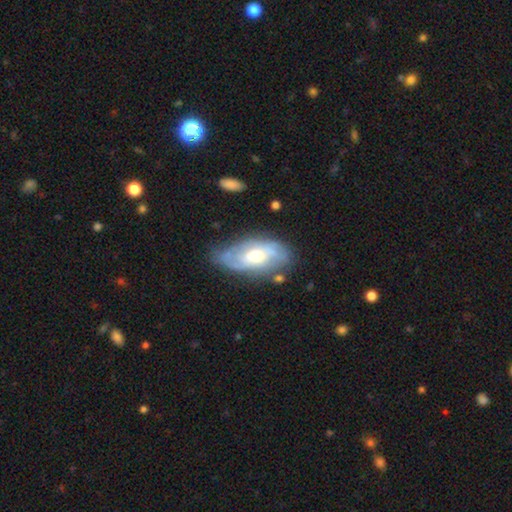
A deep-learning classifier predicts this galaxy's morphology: Smooth or featured? featured or disk (73%)
Edge-on disk? no (92%)
Bar? no (50%)
Spiral arms? yes (86%)
Spiral winding? tight (43%)
Spiral arm count? 2 (52%)
Bulge size? moderate (68%)
Merging? none (67%)